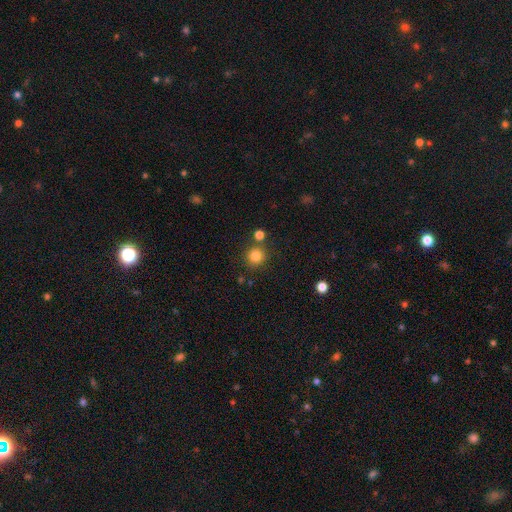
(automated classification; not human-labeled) A smooth galaxy with no disk features (82%) that is round (92%).

Vote fractions:
- Smooth or featured? smooth: 82% / star or artifact: 12% / featured or disk: 5%
- How rounded? round: 92% / in between: 7% / cigar-shaped: 1%
- Merging? none: 80% / merger: 9% / minor disturbance: 8% / major disturbance: 3%